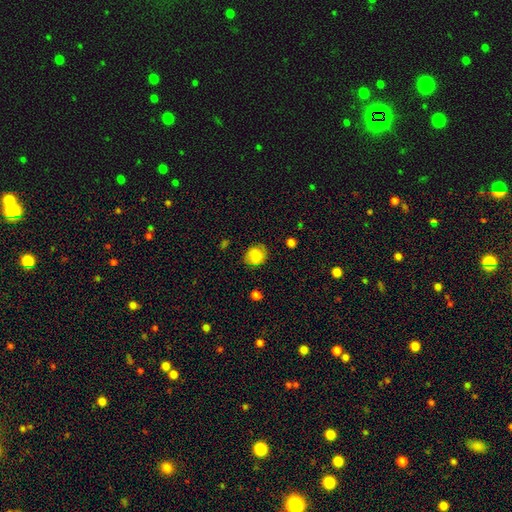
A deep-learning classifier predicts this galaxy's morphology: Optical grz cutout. It shows a smooth galaxy with no disk features (78%) that is round (70%). Merging: none (75%).